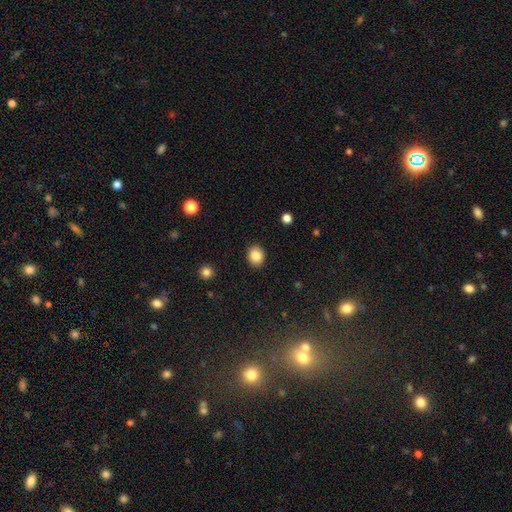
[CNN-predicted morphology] Overall: smooth (86%). How rounded: round (68%; in between 32%). Merging: none (91%).